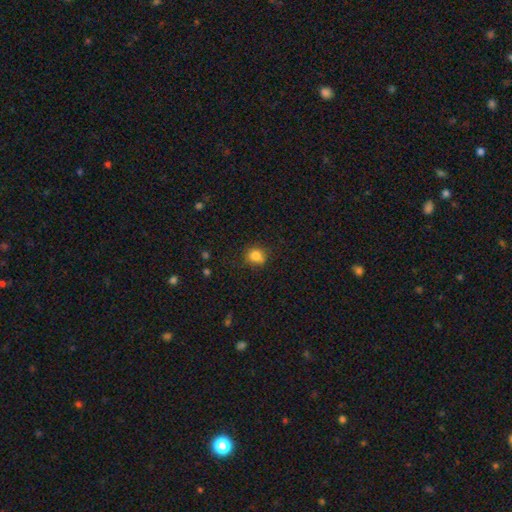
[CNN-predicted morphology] Smooth or featured?
  - smooth: 81% *
  - star or artifact: 12%
  - featured or disk: 7%
How rounded?
  - round: 76% *
  - in between: 23%
  - cigar-shaped: 1%
Merging?
  - none: 70% *
  - minor disturbance: 20%
  - merger: 5%
  - major disturbance: 5%